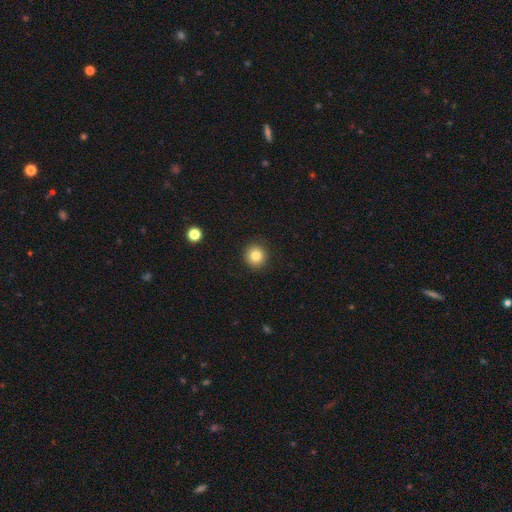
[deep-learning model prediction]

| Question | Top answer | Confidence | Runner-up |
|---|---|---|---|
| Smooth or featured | smooth | 83% | star or artifact (10%) |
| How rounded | round | 94% | in between (5%) |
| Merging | none | 92% | minor disturbance (5%) |